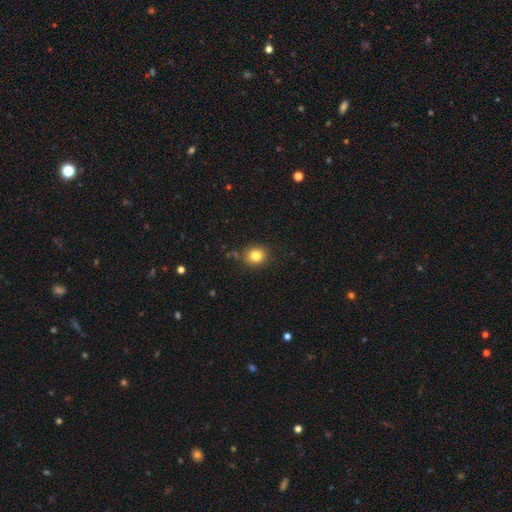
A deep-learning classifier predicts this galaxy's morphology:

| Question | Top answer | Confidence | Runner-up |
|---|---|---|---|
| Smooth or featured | smooth | 82% | star or artifact (11%) |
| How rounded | round | 77% | in between (23%) |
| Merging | none | 83% | minor disturbance (11%) |